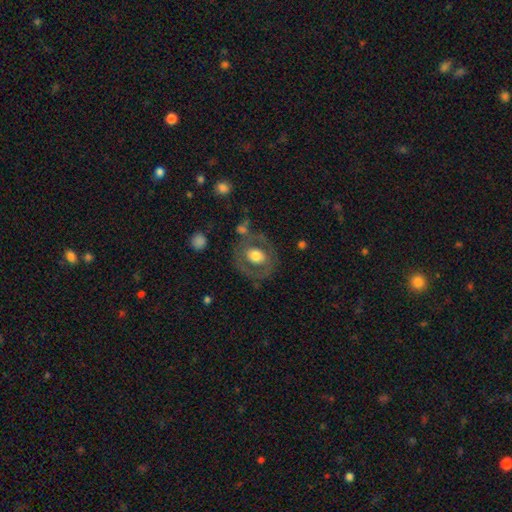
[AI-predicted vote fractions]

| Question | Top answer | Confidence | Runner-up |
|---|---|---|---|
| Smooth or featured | smooth | 48% | featured or disk (45%) |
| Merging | none | 69% | minor disturbance (16%) |